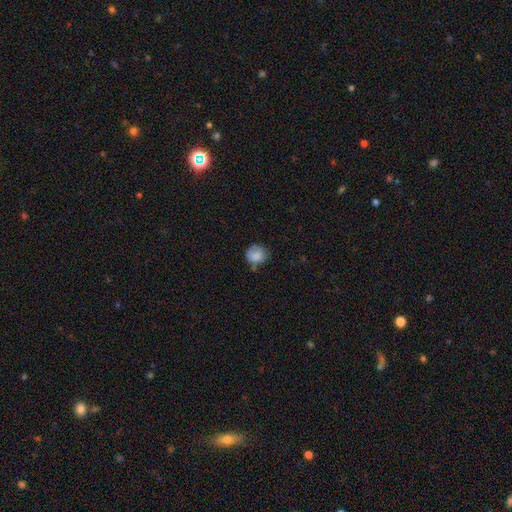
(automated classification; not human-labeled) This is clearly a smooth galaxy (80%). How rounded: likely round (75%). Merging: possibly none (53%).